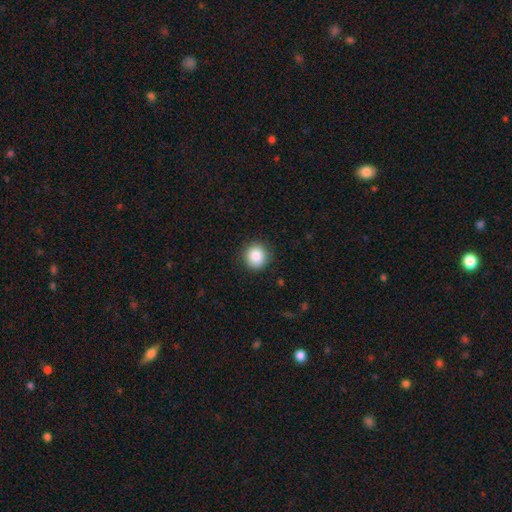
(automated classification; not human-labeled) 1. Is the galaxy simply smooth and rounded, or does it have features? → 86% smooth, 9% star or artifact, 5% featured or disk.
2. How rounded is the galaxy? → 90% round, 9% in between, 1% cigar-shaped.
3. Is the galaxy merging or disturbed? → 89% none, 7% minor disturbance, 2% major disturbance, 1% merger.